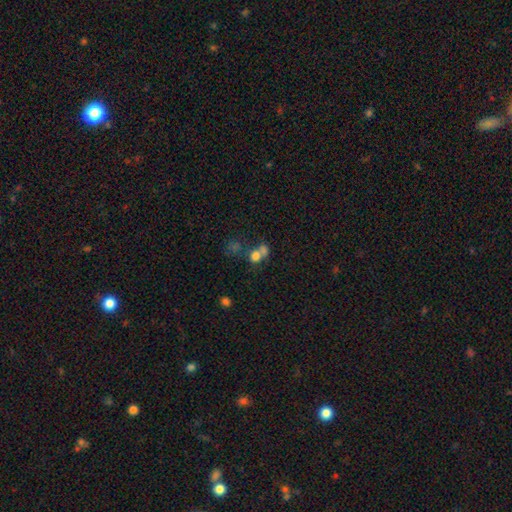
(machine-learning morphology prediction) Smooth or featured: smooth — 72% (star or artifact — 15%)
How rounded: round — 72% (in between — 27%)
Merging: merger — 54% (none — 32%)